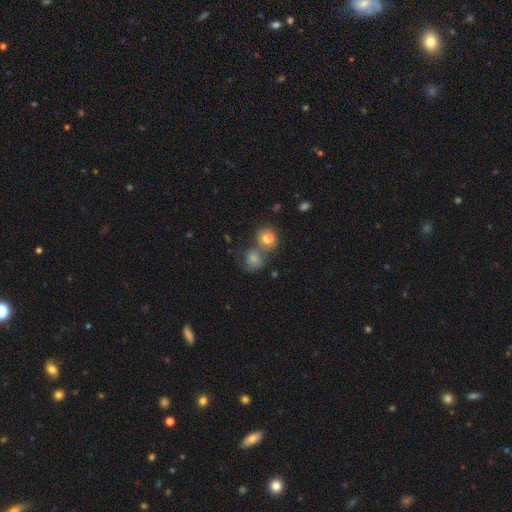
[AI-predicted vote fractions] Overall: smooth (61%; star or artifact 25%). How rounded: round (84%). Merging: none (56%; merger 31%).